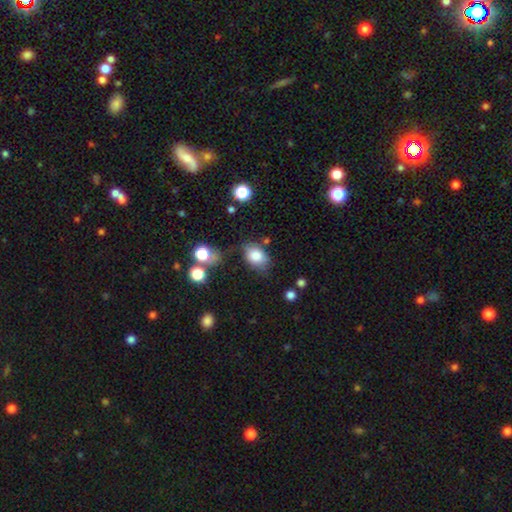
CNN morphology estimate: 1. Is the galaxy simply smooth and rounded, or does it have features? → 80% smooth, 10% featured or disk, 9% star or artifact.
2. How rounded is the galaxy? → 77% in between, 21% round, 1% cigar-shaped.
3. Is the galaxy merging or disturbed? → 62% none, 24% minor disturbance, 8% major disturbance, 7% merger.